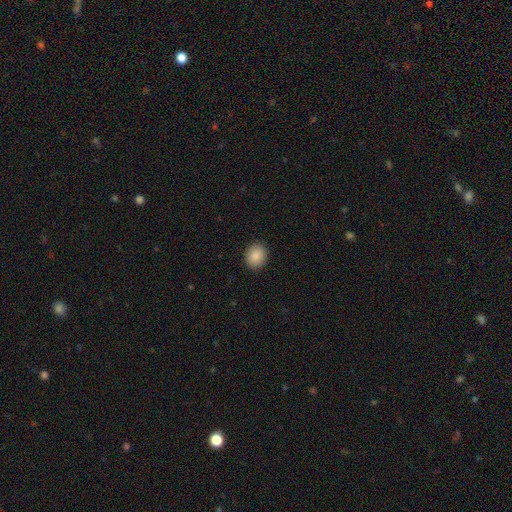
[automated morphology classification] Q: Smooth or featured?
A: smooth (87%); runner-up: star or artifact (8%)
Q: How rounded?
A: round (67%); runner-up: in between (32%)
Q: Merging?
A: none (90%); runner-up: minor disturbance (7%)